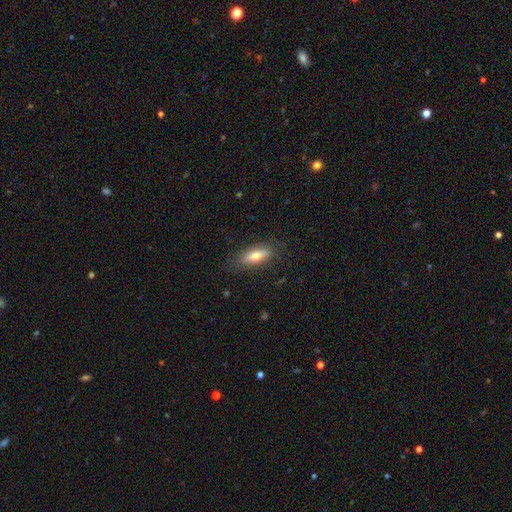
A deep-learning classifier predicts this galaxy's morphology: type=smooth (67%); roundness=in between (59%); merging=none (82%).